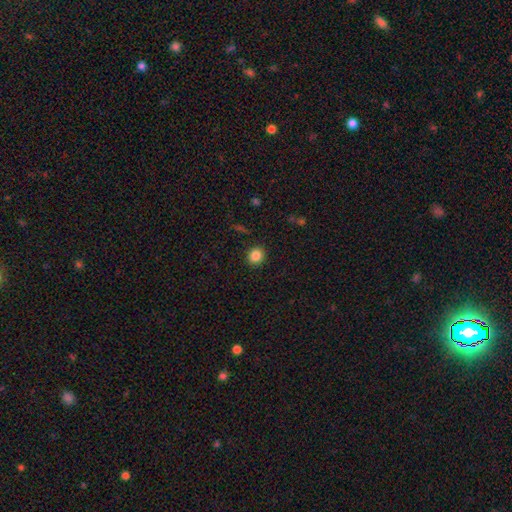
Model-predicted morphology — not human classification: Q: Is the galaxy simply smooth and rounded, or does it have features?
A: smooth — 85%.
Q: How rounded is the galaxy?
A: round — 84%.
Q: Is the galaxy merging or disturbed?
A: none — 91%.